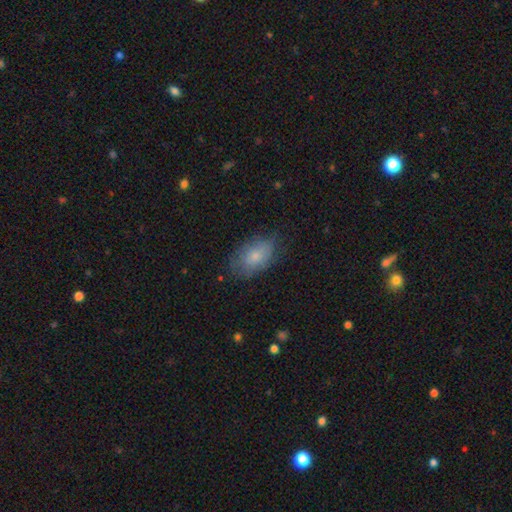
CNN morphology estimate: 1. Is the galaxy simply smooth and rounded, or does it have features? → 75% smooth, 18% featured or disk, 7% star or artifact.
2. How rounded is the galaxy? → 90% in between, 8% round, 2% cigar-shaped.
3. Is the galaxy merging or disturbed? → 72% none, 21% minor disturbance, 6% major disturbance, 1% merger.